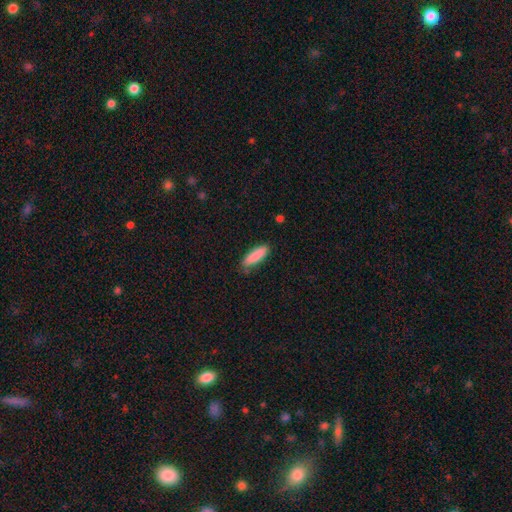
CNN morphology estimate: smooth-or-featured: smooth: 87% | featured or disk: 7% | star or artifact: 6%
  how-rounded: cigar-shaped: 56% | in between: 42% | round: 1%
  merging: none: 72% | minor disturbance: 22% | major disturbance: 4% | merger: 2%